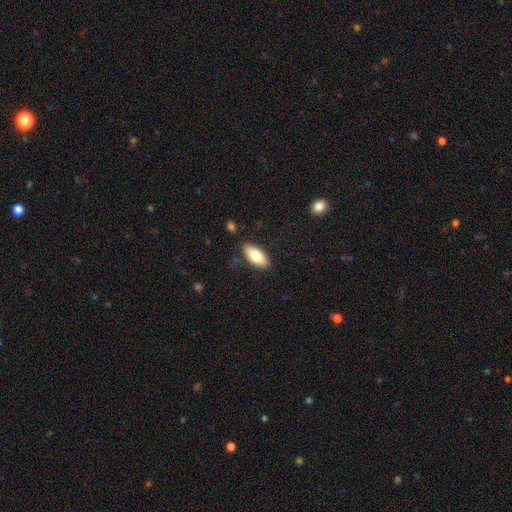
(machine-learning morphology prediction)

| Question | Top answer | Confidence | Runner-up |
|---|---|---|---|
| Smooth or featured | smooth | 77% | featured or disk (17%) |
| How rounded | in between | 84% | cigar-shaped (13%) |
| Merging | none | 86% | minor disturbance (11%) |